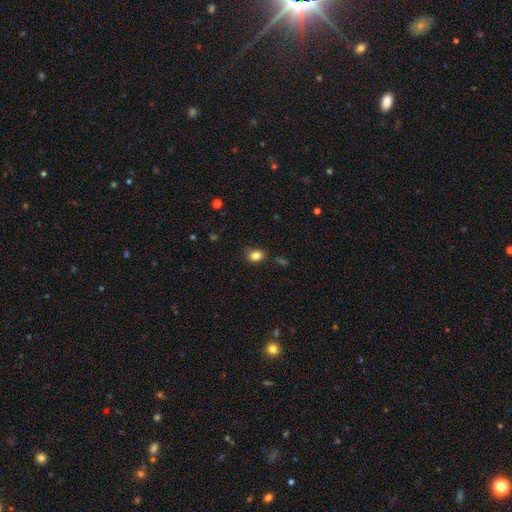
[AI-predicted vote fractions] Smooth or featured? smooth (84%)
How rounded? in between (56%)
Merging? none (82%)